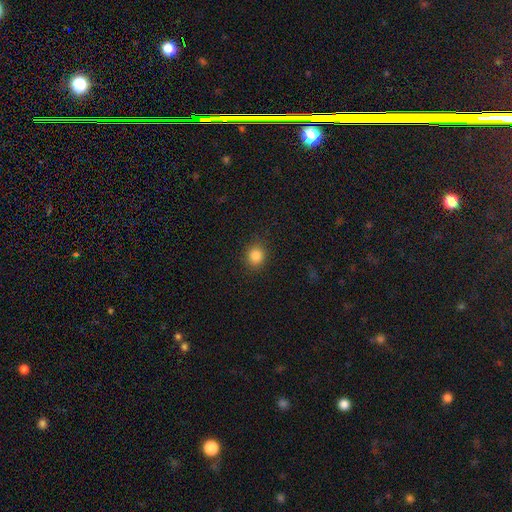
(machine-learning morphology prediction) smooth-or-featured: smooth: 85% | star or artifact: 11% | featured or disk: 4%
  how-rounded: round: 85% | in between: 14% | cigar-shaped: 1%
  merging: none: 89% | minor disturbance: 7% | major disturbance: 2% | merger: 1%